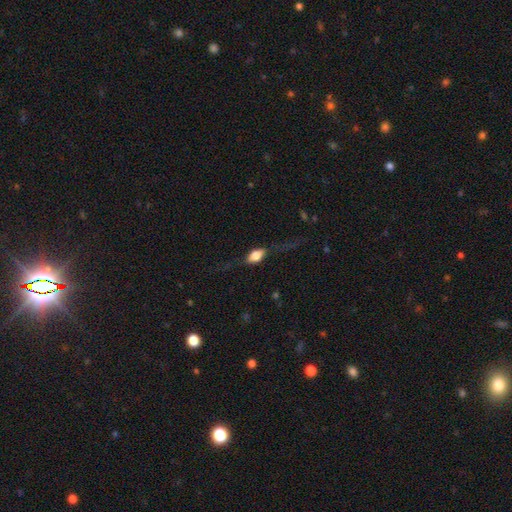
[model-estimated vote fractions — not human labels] Overall: smooth (46%; featured or disk 45%). Merging: none (61%).